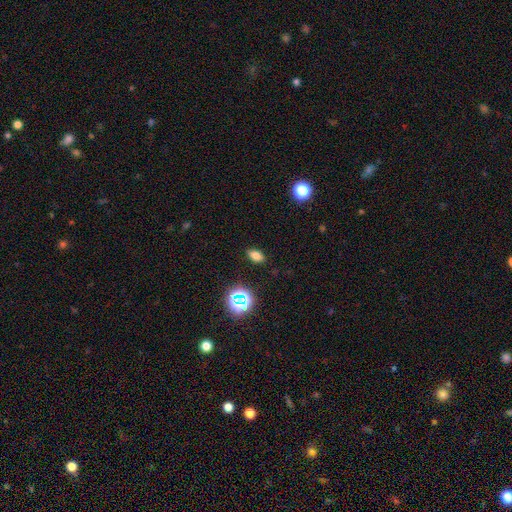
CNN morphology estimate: The model was most divided on "smooth or featured": smooth: 73%, star or artifact: 19%, featured or disk: 8%. More confident: merging — none (88%); how rounded — in between (85%).